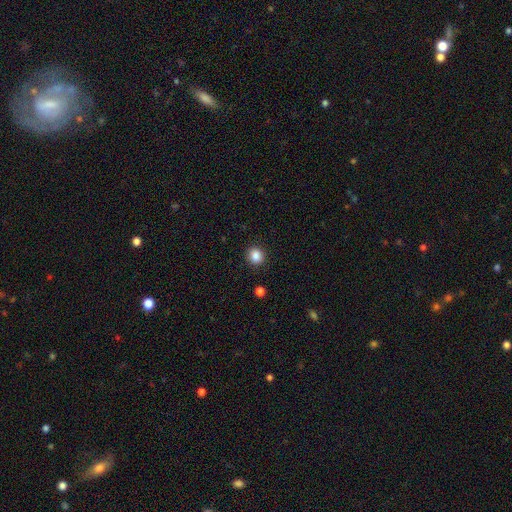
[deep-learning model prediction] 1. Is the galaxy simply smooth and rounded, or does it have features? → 86% smooth, 10% star or artifact, 4% featured or disk.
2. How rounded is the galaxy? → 80% round, 19% in between, 1% cigar-shaped.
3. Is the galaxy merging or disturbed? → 90% none, 7% minor disturbance, 2% major disturbance, 1% merger.